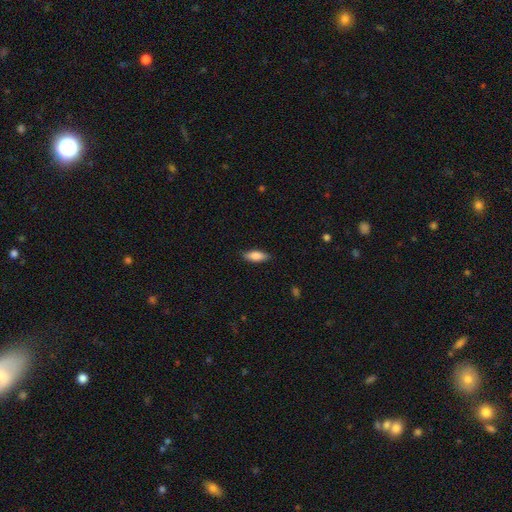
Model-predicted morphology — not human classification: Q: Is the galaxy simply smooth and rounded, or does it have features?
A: smooth — 81%.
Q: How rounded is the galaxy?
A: in between — 72%.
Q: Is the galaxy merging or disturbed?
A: none — 86%.